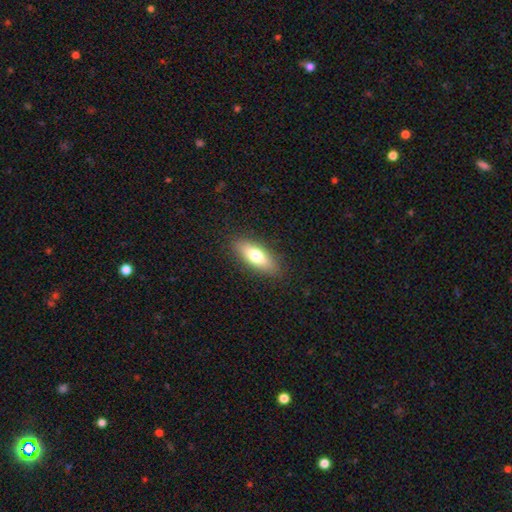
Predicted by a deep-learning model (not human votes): Morphology: type=smooth (70%); roundness=in between (65%); merging=none (87%).